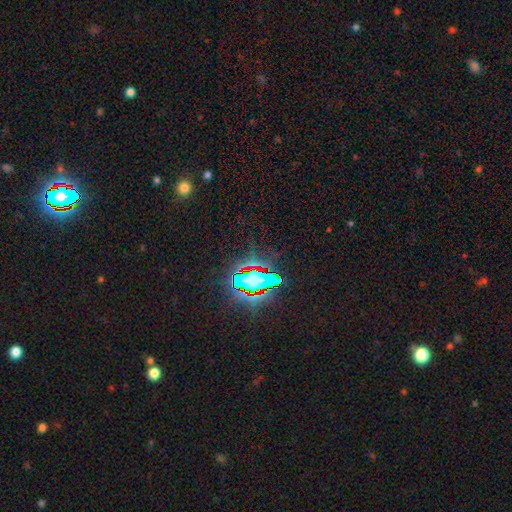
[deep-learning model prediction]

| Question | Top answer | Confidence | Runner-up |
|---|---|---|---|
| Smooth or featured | star or artifact | 83% | smooth (10%) |